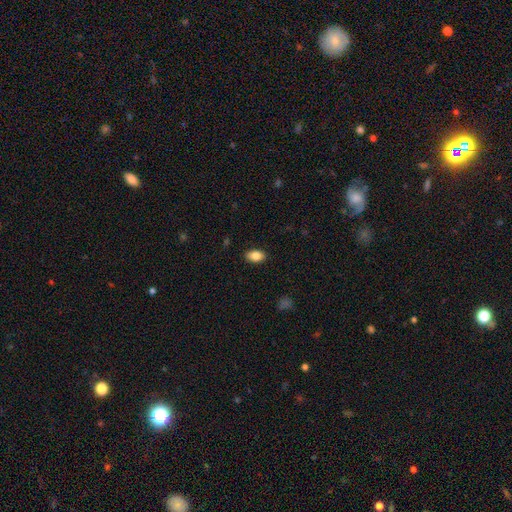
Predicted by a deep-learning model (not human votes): Morphology: type=smooth (84%); roundness=in between (90%); merging=none (89%).